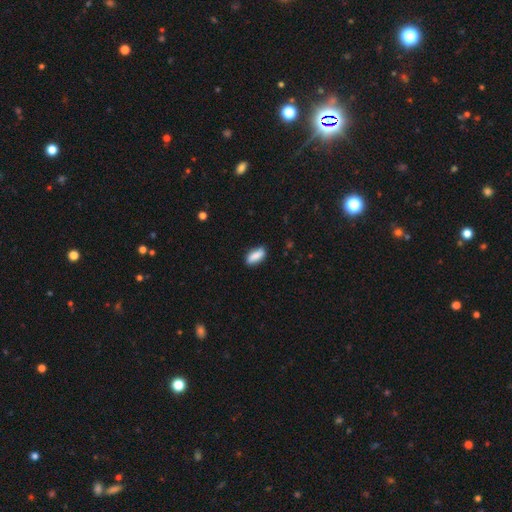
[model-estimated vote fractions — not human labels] Q: Smooth or featured?
A: smooth (86%); runner-up: featured or disk (8%)
Q: How rounded?
A: in between (78%); runner-up: cigar-shaped (19%)
Q: Merging?
A: none (85%); runner-up: minor disturbance (12%)